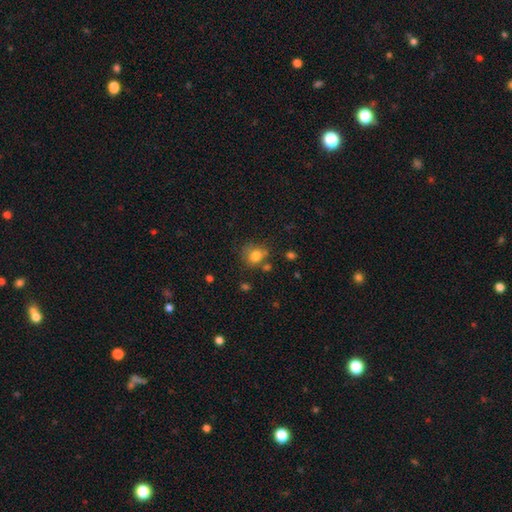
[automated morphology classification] Q: Smooth or featured?
A: smooth (79%); runner-up: star or artifact (12%)
Q: How rounded?
A: round (72%); runner-up: in between (27%)
Q: Merging?
A: none (61%); runner-up: minor disturbance (20%)